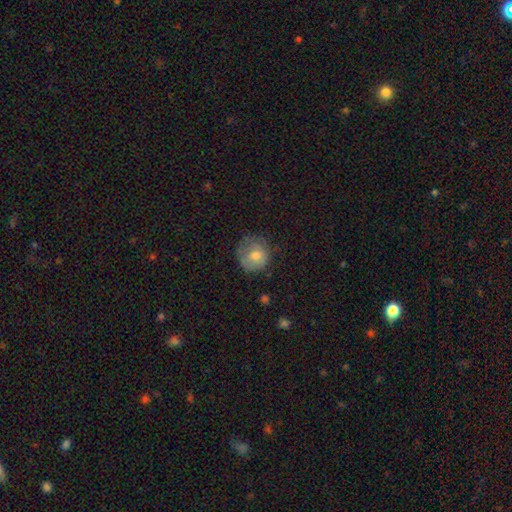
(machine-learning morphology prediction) Q: Smooth or featured?
A: smooth (71%); runner-up: featured or disk (20%)
Q: How rounded?
A: round (85%); runner-up: in between (14%)
Q: Merging?
A: none (60%); runner-up: minor disturbance (26%)